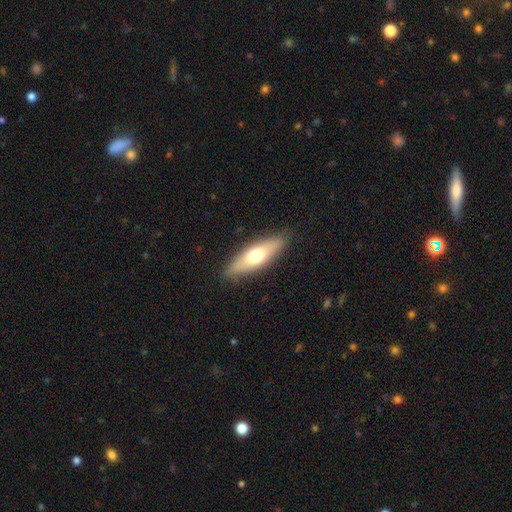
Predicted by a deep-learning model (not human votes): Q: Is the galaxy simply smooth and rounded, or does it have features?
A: smooth — 60%.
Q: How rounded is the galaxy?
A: cigar-shaped — 51%.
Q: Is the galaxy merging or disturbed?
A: none — 86%.